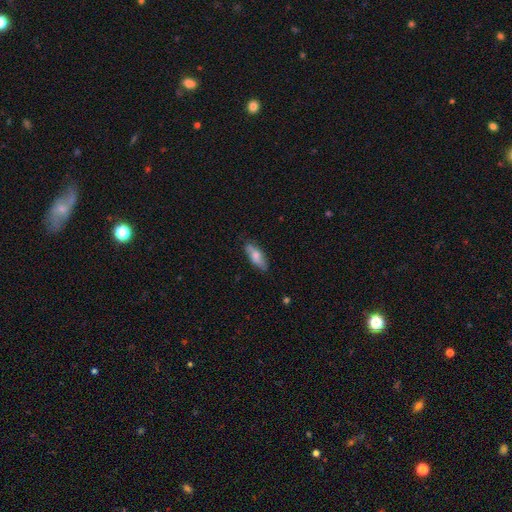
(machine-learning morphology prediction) This appears to be a smooth galaxy with no disk features (64%) that is in between round and cigar-shaped (66%). Merging: none (78%).